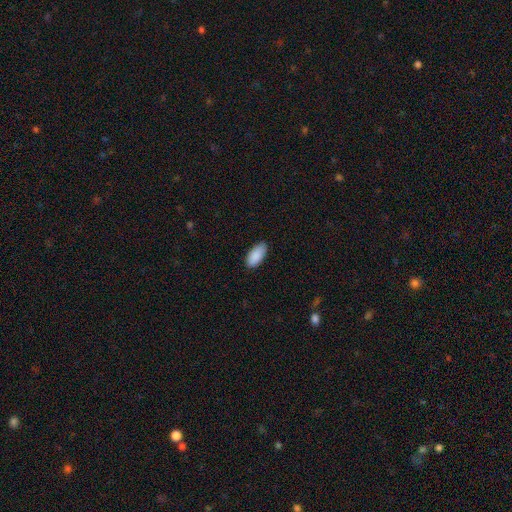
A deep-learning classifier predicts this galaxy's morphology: Smooth or featured?
  - smooth: 91% *
  - star or artifact: 6%
  - featured or disk: 4%
How rounded?
  - in between: 93% *
  - cigar-shaped: 5%
  - round: 2%
Merging?
  - none: 87% *
  - minor disturbance: 10%
  - major disturbance: 2%
  - merger: 1%